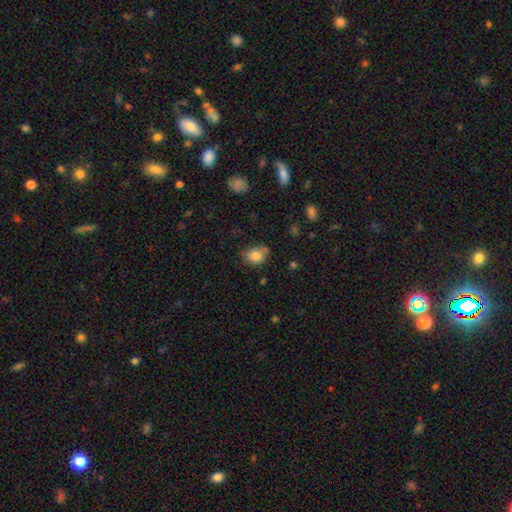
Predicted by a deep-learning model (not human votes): Smooth or featured: smooth — 82% (star or artifact — 9%)
How rounded: in between — 54% (round — 45%)
Merging: none — 66% (minor disturbance — 25%)